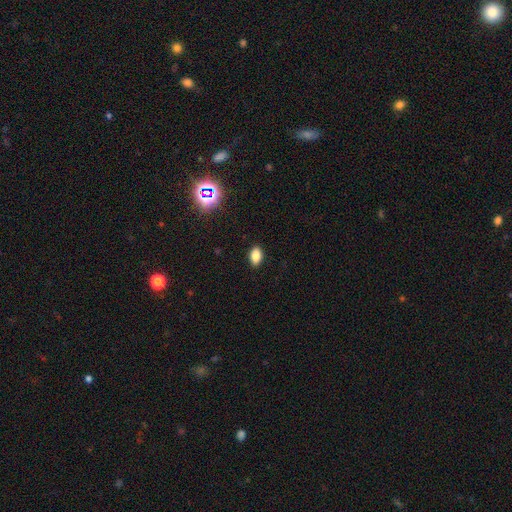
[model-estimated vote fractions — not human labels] smooth_or_featured: smooth (p=0.83) [alt: star or artifact p=0.11]
how_rounded: in between (p=0.88) [alt: round p=0.09]
merging: none (p=0.89) [alt: minor disturbance p=0.08]